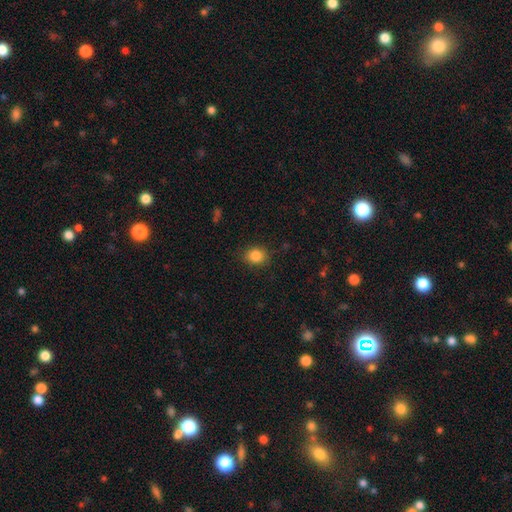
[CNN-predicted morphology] A smooth galaxy with no disk features (85%) that is round (61%).

Vote fractions:
- Smooth or featured? smooth: 85% / star or artifact: 10% / featured or disk: 5%
- How rounded? round: 61% / in between: 38% / cigar-shaped: 1%
- Merging? none: 86% / minor disturbance: 10% / major disturbance: 3% / merger: 1%